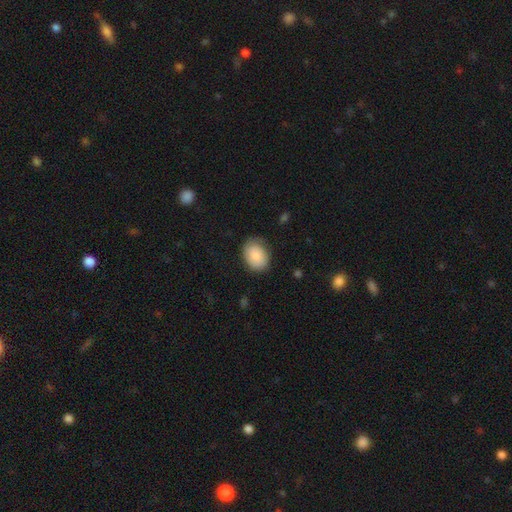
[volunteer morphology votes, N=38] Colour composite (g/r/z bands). It shows a smooth galaxy with no disk features (89%) that is in between round and cigar-shaped (56%). Merging: none (80%).